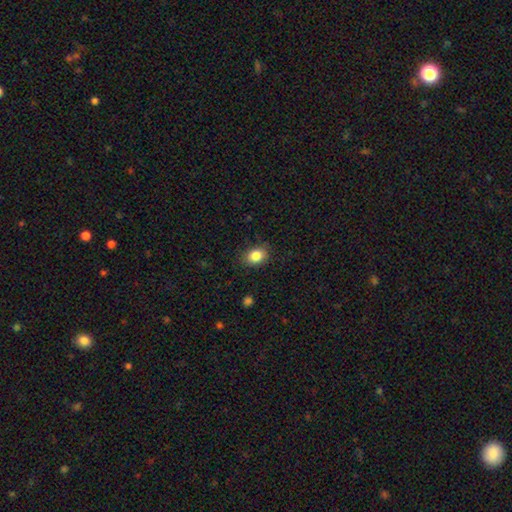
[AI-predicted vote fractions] Q: Smooth or featured?
A: smooth (85%); runner-up: star or artifact (9%)
Q: How rounded?
A: in between (65%); runner-up: round (34%)
Q: Merging?
A: none (84%); runner-up: minor disturbance (12%)